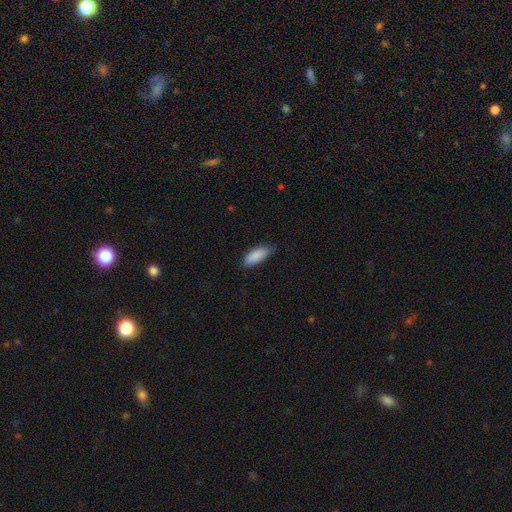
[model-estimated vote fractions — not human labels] Morphology: type=smooth (89%); roundness=in between (77%); merging=none (74%).